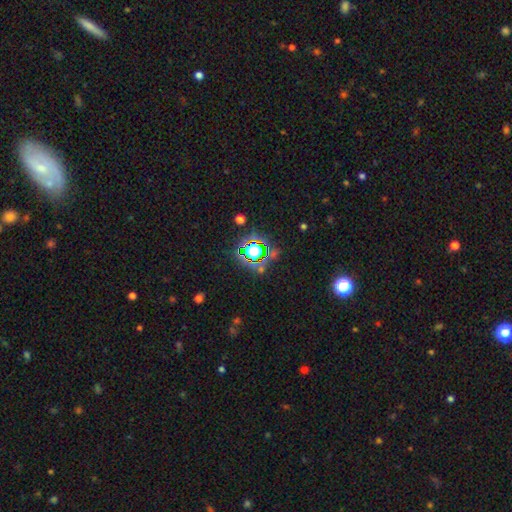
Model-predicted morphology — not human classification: The model was most divided on "smooth or featured": star or artifact: 67%, smooth: 22%, featured or disk: 11%.